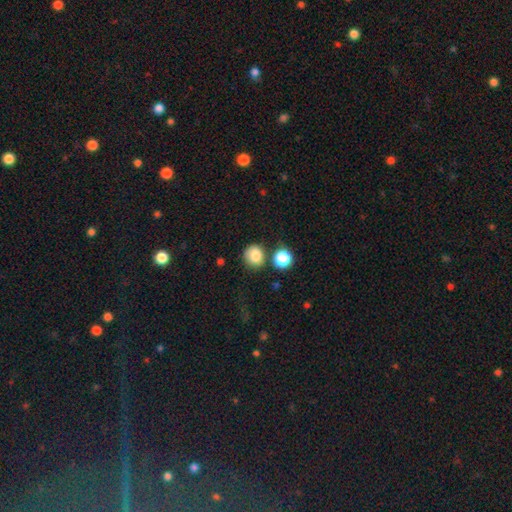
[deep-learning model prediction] Morphology: type=smooth (83%); roundness=round (83%); merging=none (69%).